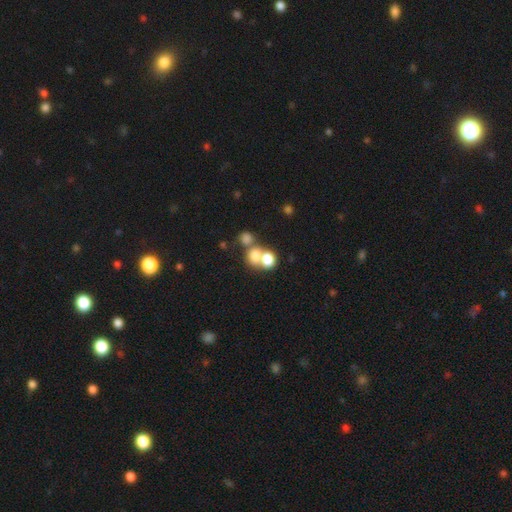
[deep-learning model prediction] The model was most divided on "merging": merger: 54%, none: 34%, minor disturbance: 7%, major disturbance: 5%. More confident: smooth or featured — smooth (72%); how rounded — round (69%).